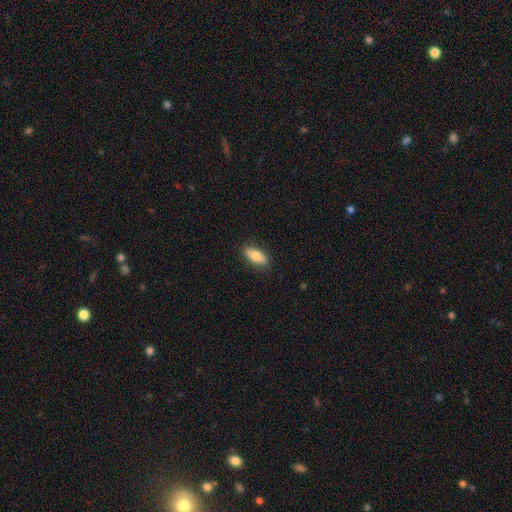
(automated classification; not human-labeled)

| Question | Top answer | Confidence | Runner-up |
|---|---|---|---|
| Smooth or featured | smooth | 78% | featured or disk (16%) |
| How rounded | in between | 83% | cigar-shaped (14%) |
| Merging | none | 87% | minor disturbance (10%) |